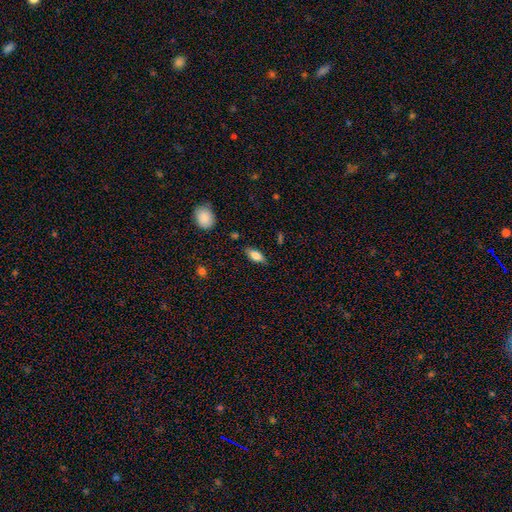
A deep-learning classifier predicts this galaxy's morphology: A smooth galaxy with no disk features (75%) that is in between round and cigar-shaped (82%).

Vote fractions:
- Smooth or featured? smooth: 75% / featured or disk: 17% / star or artifact: 7%
- How rounded? in between: 82% / cigar-shaped: 15% / round: 3%
- Merging? none: 82% / minor disturbance: 14% / major disturbance: 3% / merger: 2%